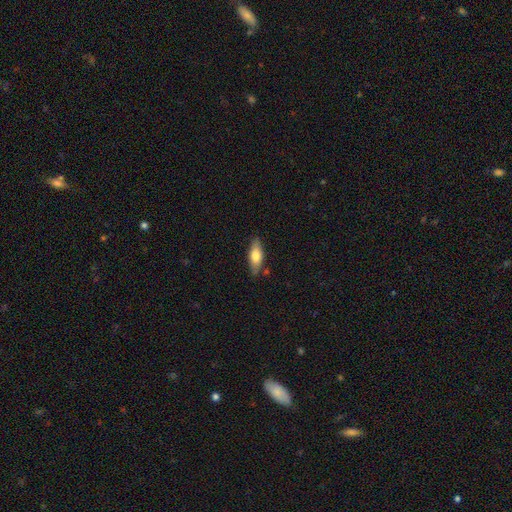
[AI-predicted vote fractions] The model was most divided on "how rounded": in between: 68%, cigar-shaped: 29%, round: 3%. More confident: merging — none (80%); smooth or featured — smooth (69%).